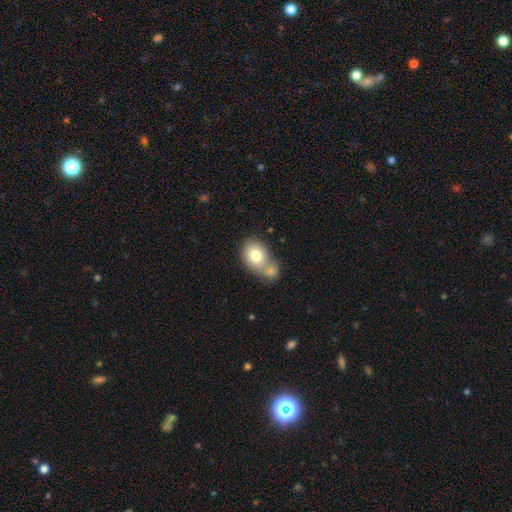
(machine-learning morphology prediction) The model was most divided on "merging": merger: 53%, none: 31%, minor disturbance: 12%, major disturbance: 5%. More confident: smooth or featured — smooth (77%); how rounded — in between (65%).